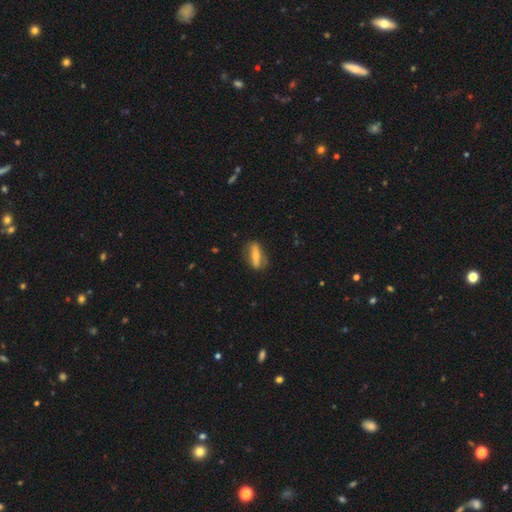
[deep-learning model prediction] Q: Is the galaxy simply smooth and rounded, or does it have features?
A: smooth — 49%.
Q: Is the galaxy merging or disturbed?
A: none — 78%.